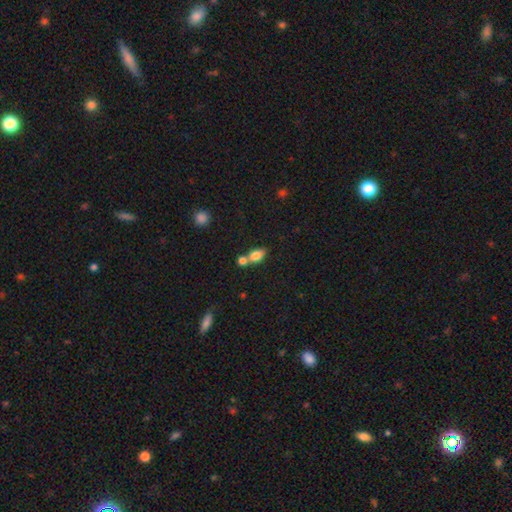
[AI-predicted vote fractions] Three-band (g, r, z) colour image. It shows a smooth galaxy with no disk features (79%) that is in between round and cigar-shaped (79%). Merging: merger (49%).